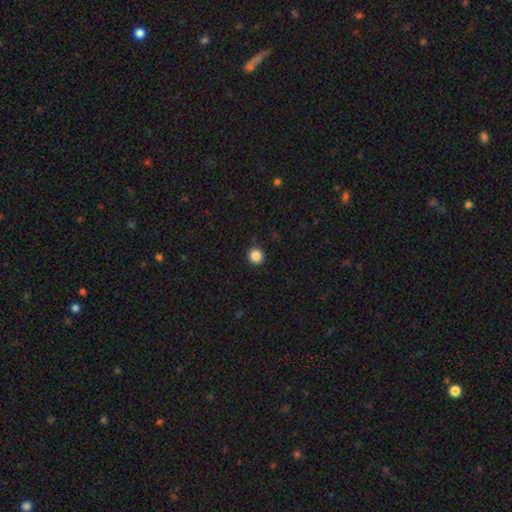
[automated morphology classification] smooth 87%, star or artifact 10%, featured or disk 3%. Down the decision tree: how rounded — round (91%); merging — none (91%).